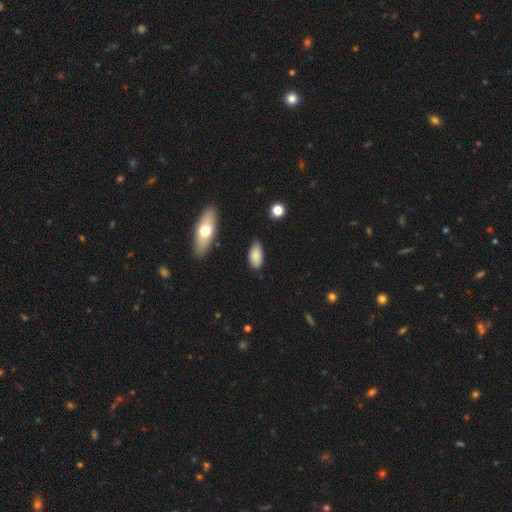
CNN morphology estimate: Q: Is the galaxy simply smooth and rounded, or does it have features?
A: smooth — 84%.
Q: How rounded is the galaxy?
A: in between — 91%.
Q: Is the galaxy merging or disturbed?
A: none — 76%.